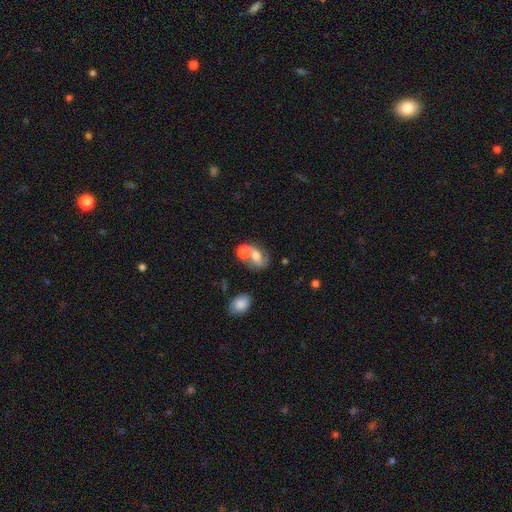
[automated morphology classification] A smooth galaxy with no disk features (58%) that is in between round and cigar-shaped (67%). Merging: merger (48%).